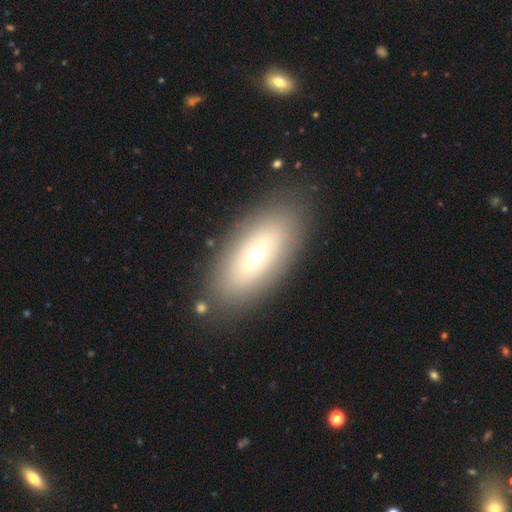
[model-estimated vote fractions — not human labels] smooth 47%, featured or disk 44%, star or artifact 8%. Down the decision tree: merging — none (85%).